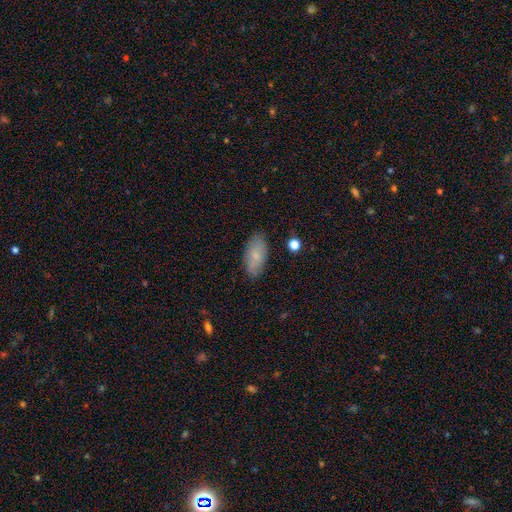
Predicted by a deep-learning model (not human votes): Q: Smooth or featured?
A: smooth (78%); runner-up: featured or disk (15%)
Q: How rounded?
A: in between (91%); runner-up: cigar-shaped (6%)
Q: Merging?
A: none (84%); runner-up: minor disturbance (12%)